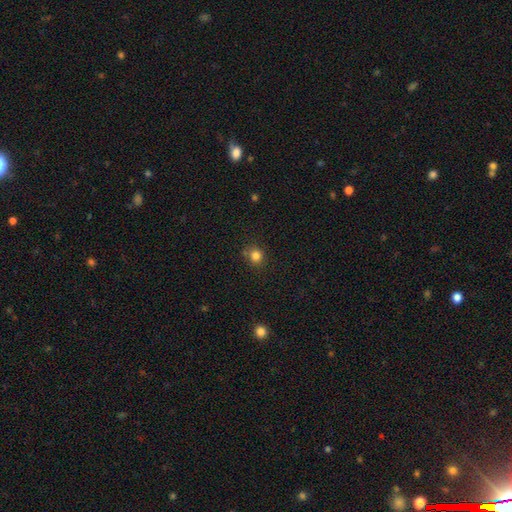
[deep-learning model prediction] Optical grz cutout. It shows a smooth galaxy with no disk features (82%) that is round (86%). Merging: none (77%).